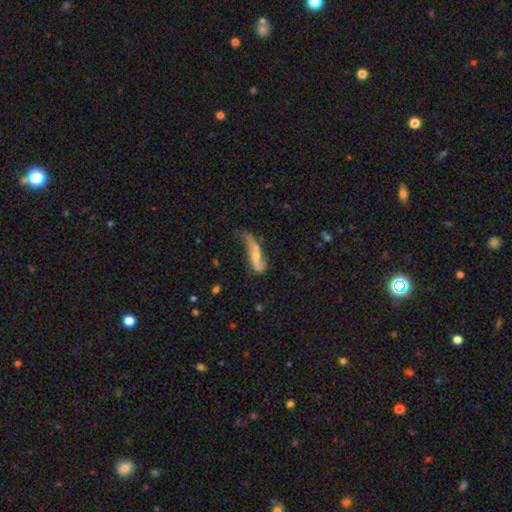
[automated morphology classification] A featured or disk galaxy (62%). Merging: none (35%).